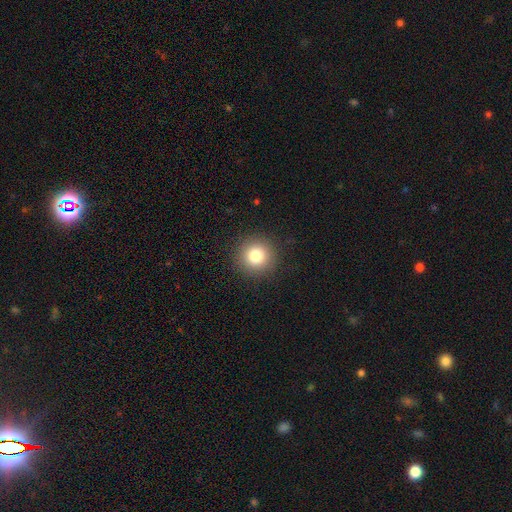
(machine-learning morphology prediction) Smooth or featured? smooth (80%)
How rounded? round (95%)
Merging? none (92%)